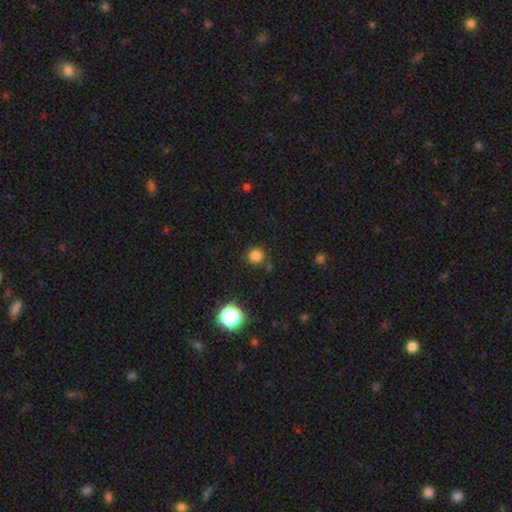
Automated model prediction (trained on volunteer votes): smooth-or-featured: smooth: 80% | star or artifact: 16% | featured or disk: 4%
  how-rounded: round: 94% | in between: 5% | cigar-shaped: 1%
  merging: none: 86% | minor disturbance: 8% | merger: 3% | major disturbance: 3%